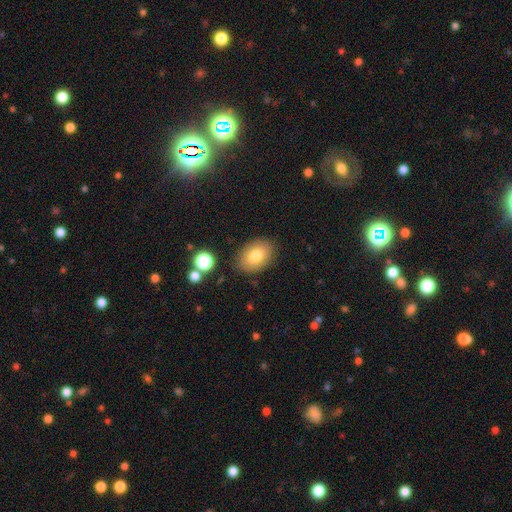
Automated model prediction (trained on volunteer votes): This appears to be a smooth galaxy with no disk features (79%) that is in between round and cigar-shaped (83%). Merging: none (84%).